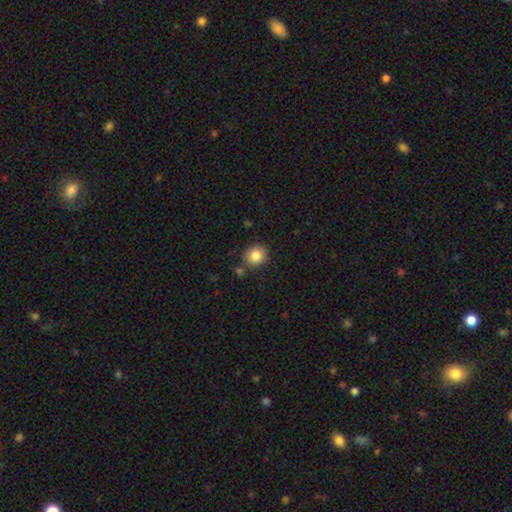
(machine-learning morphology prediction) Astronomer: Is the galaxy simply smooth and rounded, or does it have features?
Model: smooth — 85%.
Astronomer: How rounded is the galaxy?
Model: round — 80%.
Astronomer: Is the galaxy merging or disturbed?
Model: none — 83%.